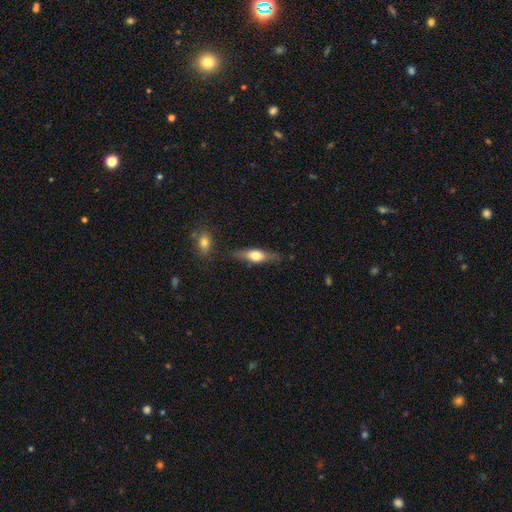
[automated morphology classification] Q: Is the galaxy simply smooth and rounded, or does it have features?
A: smooth — 53%.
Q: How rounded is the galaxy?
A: cigar-shaped — 50%.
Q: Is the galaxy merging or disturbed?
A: none — 75%.